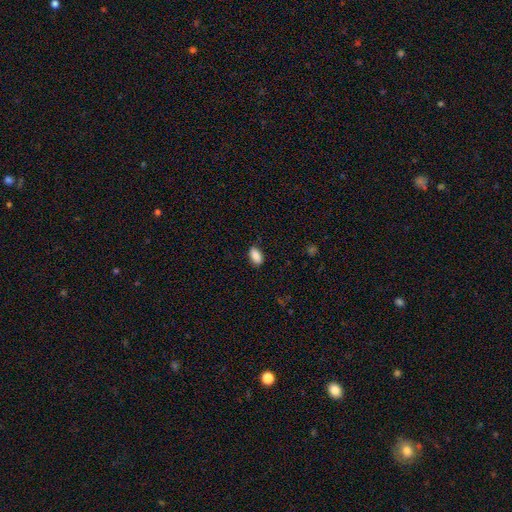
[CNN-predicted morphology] Smooth or featured? smooth (88%)
How rounded? in between (90%)
Merging? none (82%)